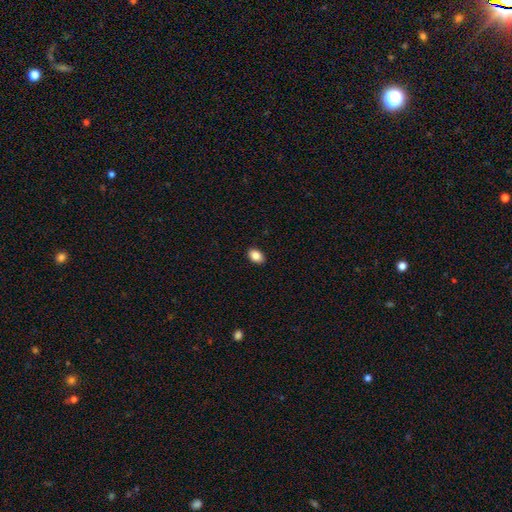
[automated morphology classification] Smooth or featured?
  - smooth: 87% *
  - star or artifact: 8%
  - featured or disk: 5%
How rounded?
  - in between: 84% *
  - round: 15%
  - cigar-shaped: 1%
Merging?
  - none: 90% *
  - minor disturbance: 7%
  - major disturbance: 2%
  - merger: 1%